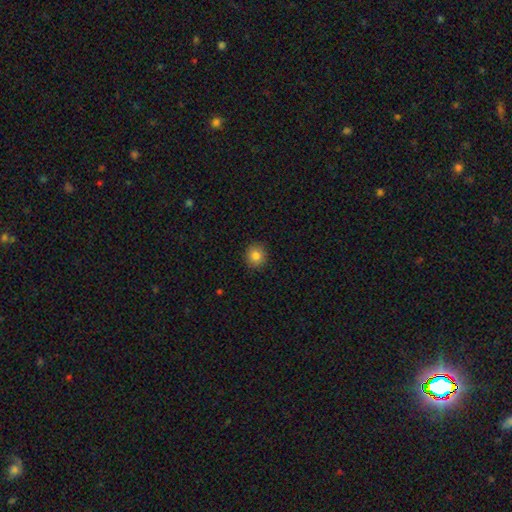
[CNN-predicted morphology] A smooth galaxy with no disk features (84%) that is round (88%). Merging: none (91%).